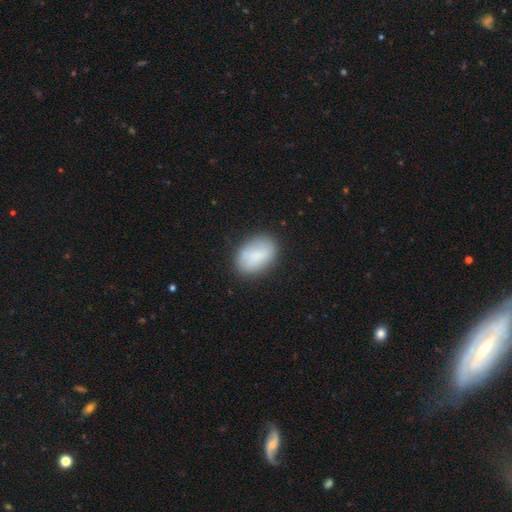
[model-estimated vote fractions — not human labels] This appears to be a smooth galaxy with no disk features (80%) that is in between round and cigar-shaped (81%). Merging: none (77%).